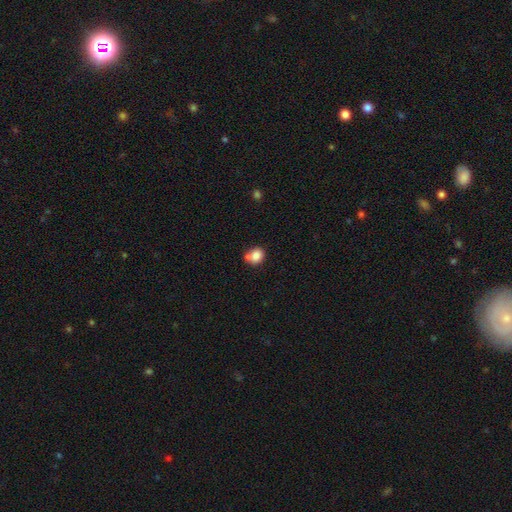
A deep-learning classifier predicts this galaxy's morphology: Overall: smooth (82%). How rounded: round (69%; in between 30%). Merging: none (50%; merger 27%).